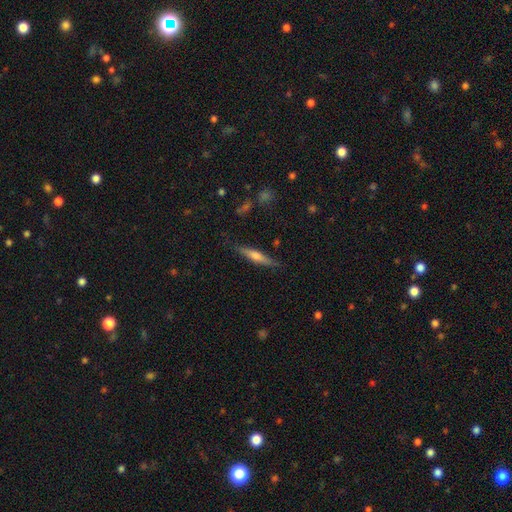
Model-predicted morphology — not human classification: This is possibly a smooth galaxy (50%). Merging: clearly none (84%).